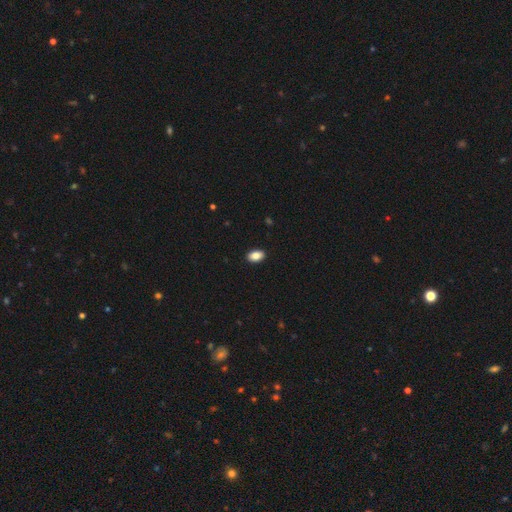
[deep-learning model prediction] Smooth or featured?
  - smooth: 88% *
  - star or artifact: 8%
  - featured or disk: 4%
How rounded?
  - in between: 91% *
  - round: 8%
  - cigar-shaped: 1%
Merging?
  - none: 91% *
  - minor disturbance: 7%
  - major disturbance: 2%
  - merger: 1%